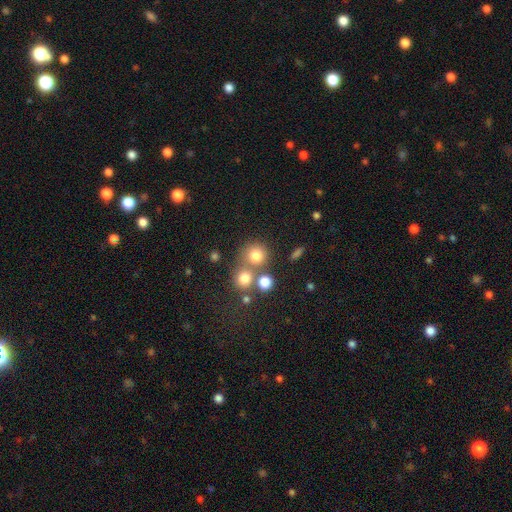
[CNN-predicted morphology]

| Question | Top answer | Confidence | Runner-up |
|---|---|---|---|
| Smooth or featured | smooth | 76% | star or artifact (15%) |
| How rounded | round | 88% | in between (11%) |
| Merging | none | 59% | merger (27%) |